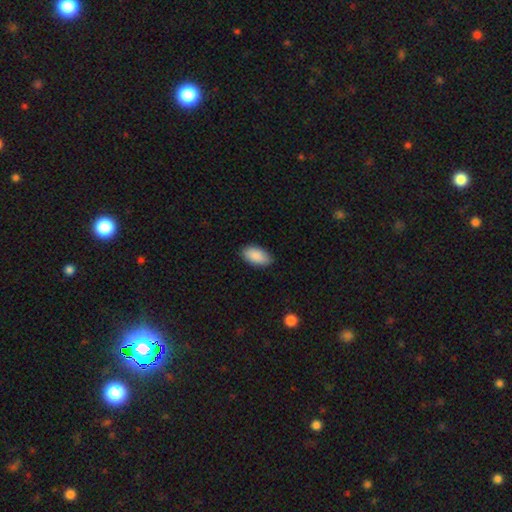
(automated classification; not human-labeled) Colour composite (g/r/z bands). It shows a smooth galaxy with no disk features (89%) that is in between round and cigar-shaped (95%). Merging: none (87%).